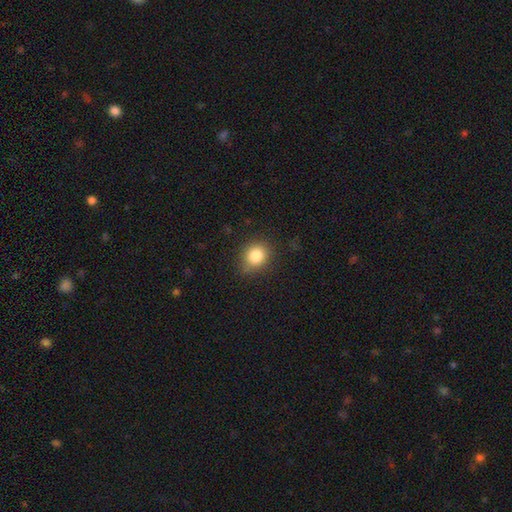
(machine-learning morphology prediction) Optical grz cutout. It shows a smooth galaxy with no disk features (84%) that is round (66%). Merging: none (82%).